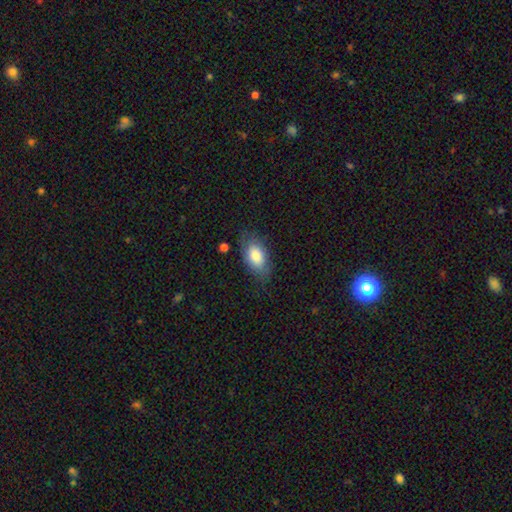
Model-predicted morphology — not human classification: A smooth galaxy with no disk features (79%) that is in between round and cigar-shaped (92%). Merging: none (72%).